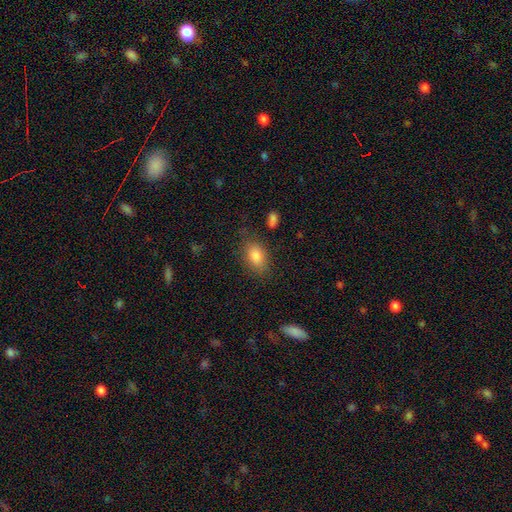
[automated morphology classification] Q: Smooth or featured?
A: smooth (84%); runner-up: star or artifact (9%)
Q: How rounded?
A: in between (86%); runner-up: round (11%)
Q: Merging?
A: none (77%); runner-up: minor disturbance (15%)